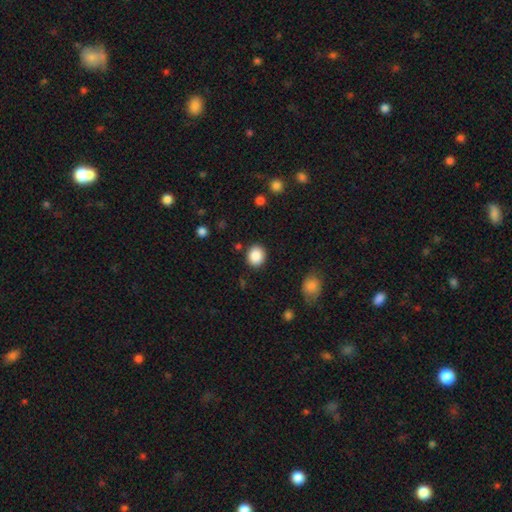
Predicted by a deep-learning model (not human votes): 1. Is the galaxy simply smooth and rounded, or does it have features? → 88% smooth, 9% star or artifact, 3% featured or disk.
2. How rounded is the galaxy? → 75% round, 24% in between, 1% cigar-shaped.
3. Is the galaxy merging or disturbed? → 88% none, 7% minor disturbance, 3% major disturbance, 2% merger.